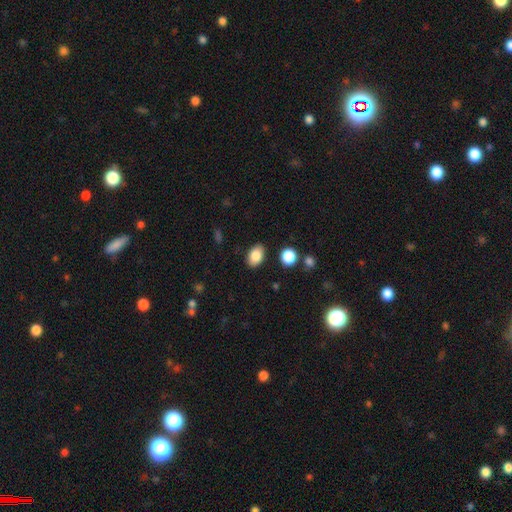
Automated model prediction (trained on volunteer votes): Q: Smooth or featured?
A: smooth (86%); runner-up: star or artifact (8%)
Q: How rounded?
A: in between (87%); runner-up: round (12%)
Q: Merging?
A: none (86%); runner-up: minor disturbance (9%)